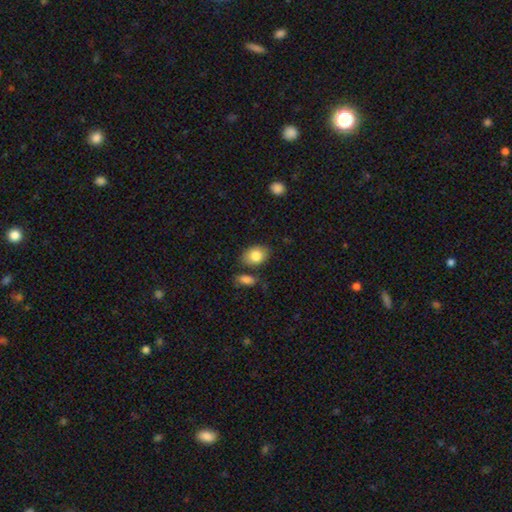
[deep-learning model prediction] Smooth or featured?
  - smooth: 83% *
  - featured or disk: 10%
  - star or artifact: 7%
How rounded?
  - in between: 78% *
  - round: 20%
  - cigar-shaped: 1%
Merging?
  - none: 75% *
  - minor disturbance: 14%
  - merger: 7%
  - major disturbance: 3%